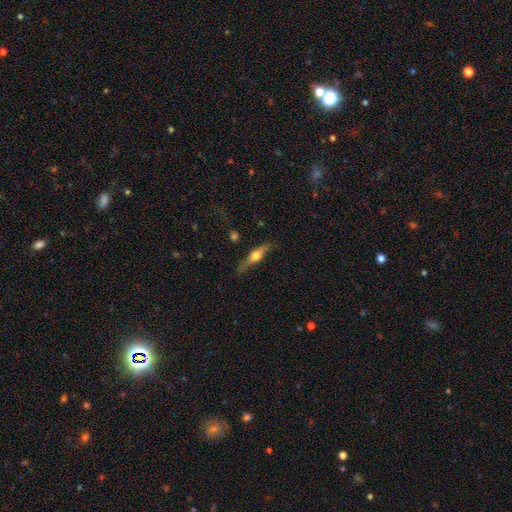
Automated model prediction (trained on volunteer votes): Smooth or featured: featured or disk — 57% (smooth — 37%)
Edge-on disk: yes — 94% (no — 6%)
Edge-on bulge: rounded — 93% (boxy — 4%)
Merging: none — 78% (minor disturbance — 16%)